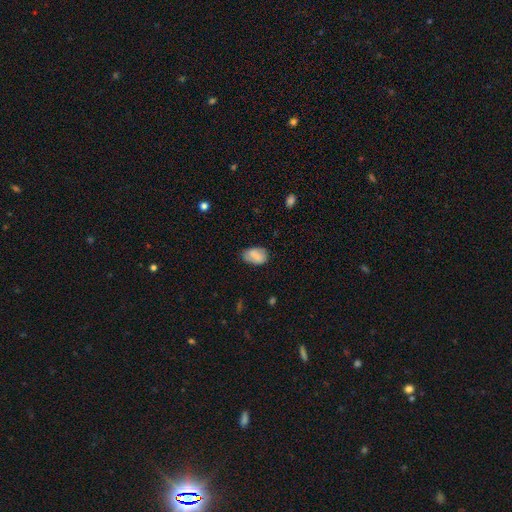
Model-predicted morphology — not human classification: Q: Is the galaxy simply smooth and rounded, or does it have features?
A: smooth — 79%.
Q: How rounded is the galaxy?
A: in between — 89%.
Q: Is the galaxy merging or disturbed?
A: none — 68%.